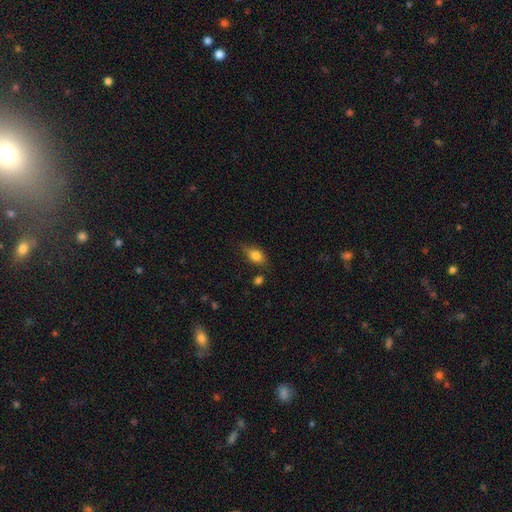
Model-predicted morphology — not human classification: Smooth or featured: smooth — 78% (featured or disk — 13%)
How rounded: in between — 75% (round — 20%)
Merging: none — 64% (minor disturbance — 26%)